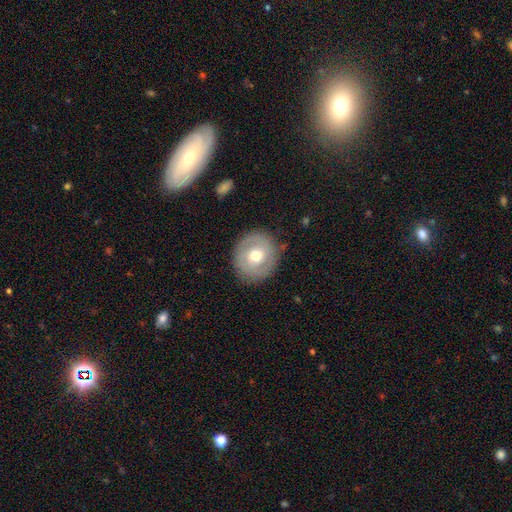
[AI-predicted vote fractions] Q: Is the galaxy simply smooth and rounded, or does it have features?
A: smooth — 47%.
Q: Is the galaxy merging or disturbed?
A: none — 83%.